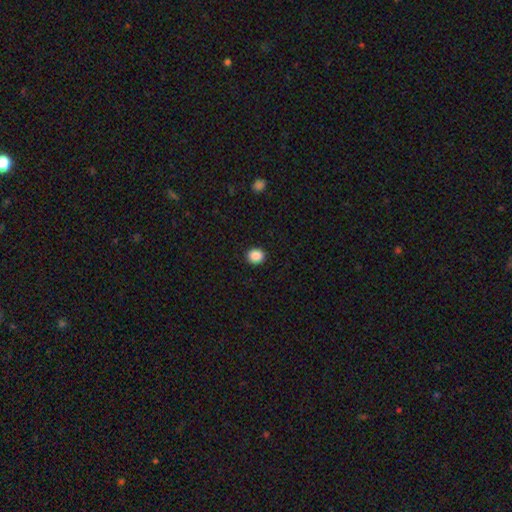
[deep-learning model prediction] Smooth or featured? Predicted: smooth (p=0.89). How rounded? Predicted: round (p=0.80). Merging? Predicted: none (p=0.92).